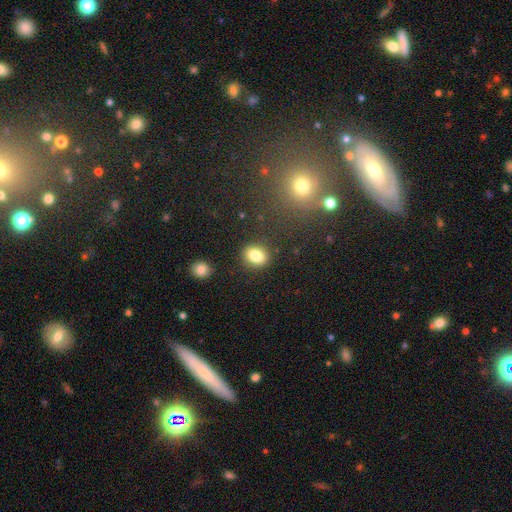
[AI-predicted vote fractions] smooth_or_featured: smooth (p=0.82) [alt: star or artifact p=0.10]
how_rounded: in between (p=0.56) [alt: round p=0.43]
merging: none (p=0.86) [alt: minor disturbance p=0.09]